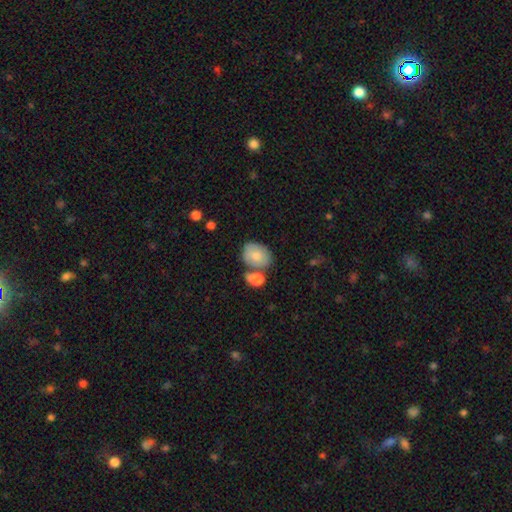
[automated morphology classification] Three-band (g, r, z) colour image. It shows a smooth galaxy with no disk features (75%) that is in between round and cigar-shaped (57%). Merging: none (52%).